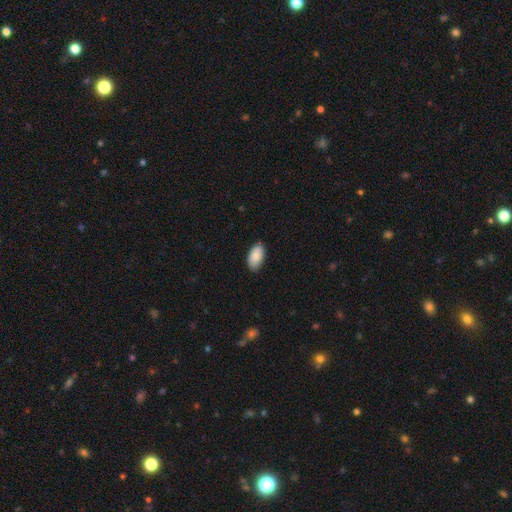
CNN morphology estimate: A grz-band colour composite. It shows a smooth galaxy with no disk features (89%) that is in between round and cigar-shaped (95%). Merging: none (84%).